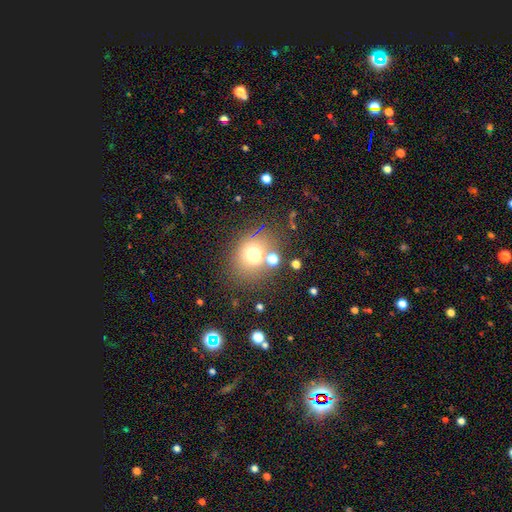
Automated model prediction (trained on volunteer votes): smooth-or-featured: smooth: 66% | star or artifact: 20% | featured or disk: 14%
  how-rounded: round: 71% | in between: 28% | cigar-shaped: 1%
  merging: none: 68% | merger: 14% | minor disturbance: 12% | major disturbance: 6%